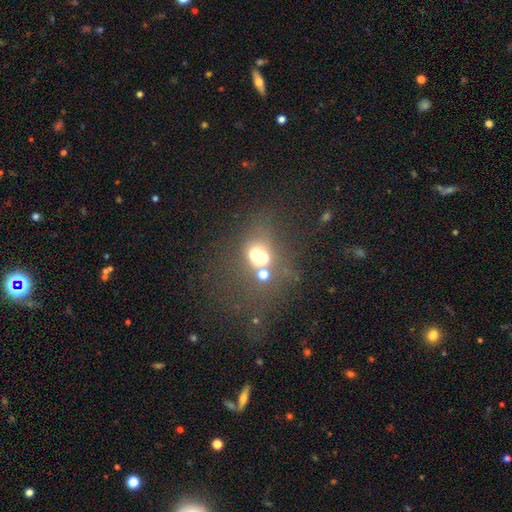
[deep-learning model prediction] Smooth or featured? smooth (53%)
How rounded? round (70%)
Merging? merger (54%)